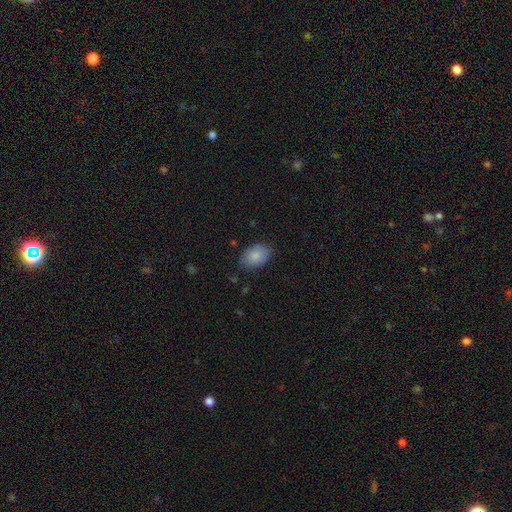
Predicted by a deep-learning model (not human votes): A smooth galaxy with no disk features (85%) that is in between round and cigar-shaped (84%). Merging: none (76%).